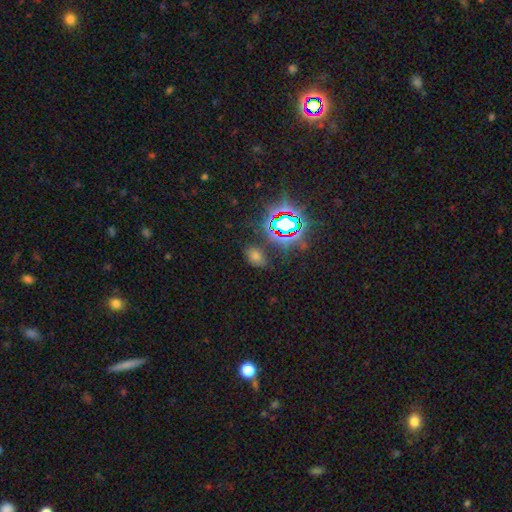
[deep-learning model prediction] star or artifact 50%, smooth 41%, featured or disk 9%.